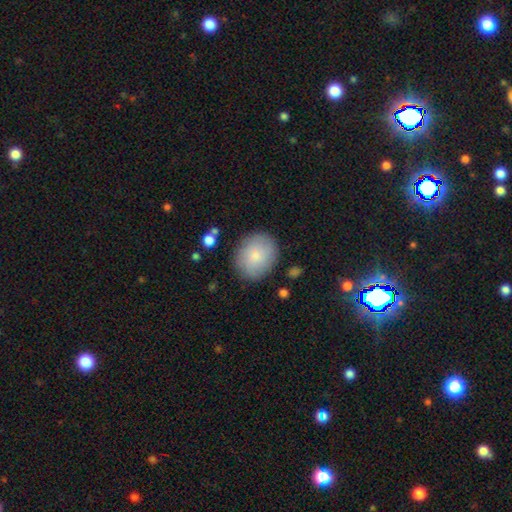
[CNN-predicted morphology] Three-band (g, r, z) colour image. It shows a smooth galaxy with no disk features (77%) that is round (63%). Merging: none (83%).